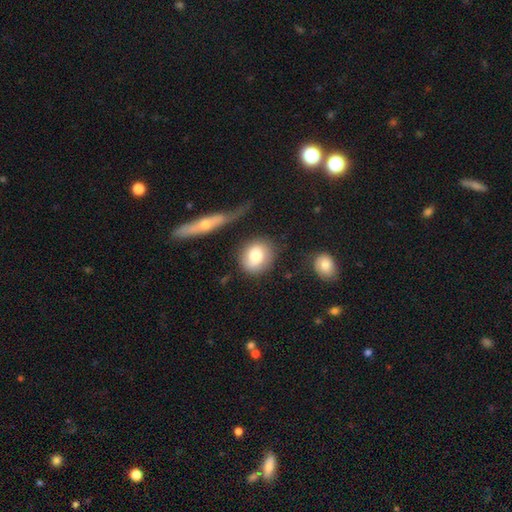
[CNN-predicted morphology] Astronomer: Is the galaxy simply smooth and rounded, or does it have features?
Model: smooth — 75%.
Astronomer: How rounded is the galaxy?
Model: round — 68%.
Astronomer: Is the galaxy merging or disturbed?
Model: none — 68%.